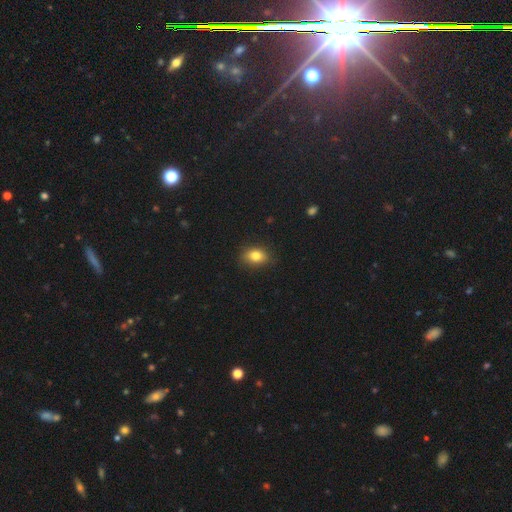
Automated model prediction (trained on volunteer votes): This appears to be a smooth galaxy with no disk features (82%) that is in between round and cigar-shaped (71%). Merging: none (85%).